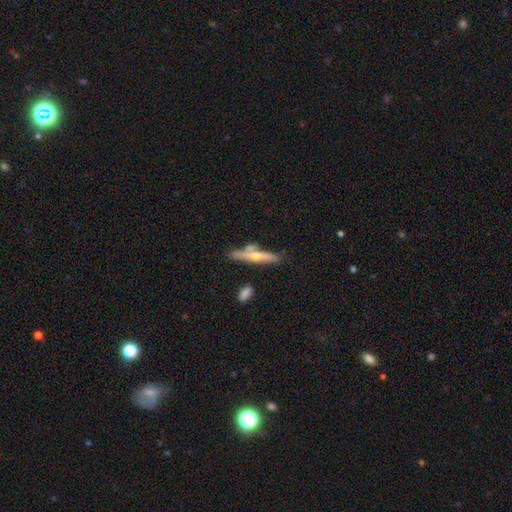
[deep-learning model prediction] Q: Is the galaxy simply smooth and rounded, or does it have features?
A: featured or disk — 58%.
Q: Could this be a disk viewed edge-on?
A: yes — 89%.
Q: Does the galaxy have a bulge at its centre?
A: rounded — 88%.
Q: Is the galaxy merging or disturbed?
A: none — 60%.